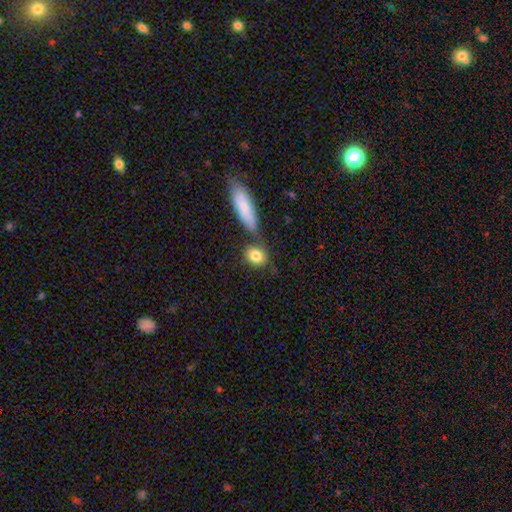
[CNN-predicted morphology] Q: Smooth or featured?
A: smooth (83%); runner-up: featured or disk (9%)
Q: How rounded?
A: round (49%); runner-up: in between (47%)
Q: Merging?
A: none (66%); runner-up: merger (17%)